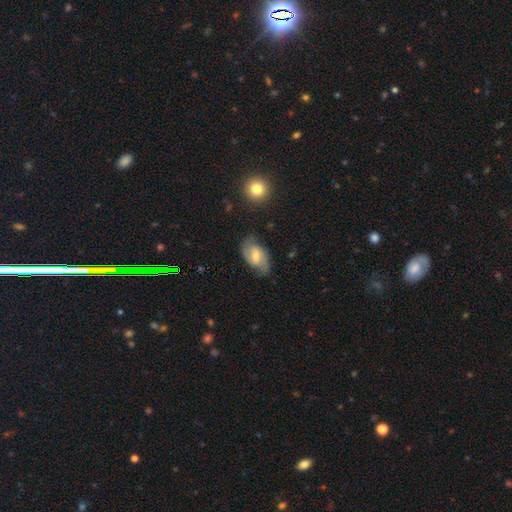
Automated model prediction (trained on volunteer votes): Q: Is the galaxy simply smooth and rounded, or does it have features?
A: featured or disk — 61%.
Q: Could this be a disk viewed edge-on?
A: no — 95%.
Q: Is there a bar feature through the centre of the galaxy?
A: weak — 54%.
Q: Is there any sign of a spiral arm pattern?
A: yes — 87%.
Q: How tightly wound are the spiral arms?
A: medium — 47%.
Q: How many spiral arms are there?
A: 2 — 84%.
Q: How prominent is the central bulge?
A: moderate — 55%.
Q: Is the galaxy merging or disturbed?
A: none — 73%.